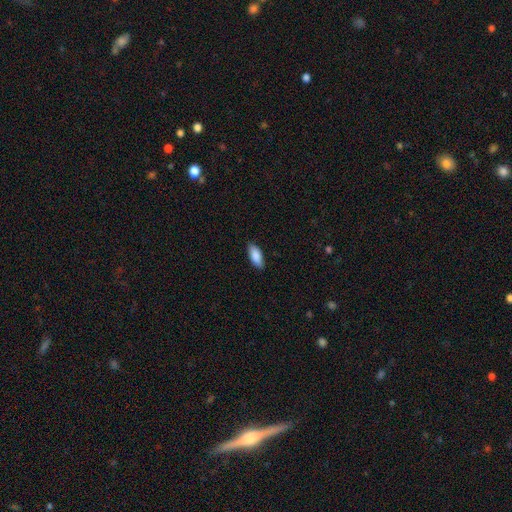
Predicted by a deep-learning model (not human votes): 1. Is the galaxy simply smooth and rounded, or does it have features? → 88% smooth, 6% featured or disk, 6% star or artifact.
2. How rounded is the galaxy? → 85% in between, 13% cigar-shaped, 2% round.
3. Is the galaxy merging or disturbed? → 86% none, 11% minor disturbance, 2% major disturbance, 1% merger.